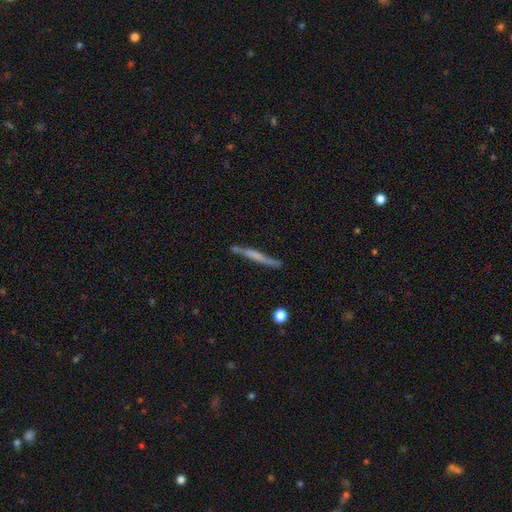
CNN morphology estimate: smooth-or-featured: featured or disk: 52% | smooth: 41% | star or artifact: 7%
  disk-edge-on: yes: 94% | no: 6%
  merging: none: 79% | minor disturbance: 15% | merger: 3% | major disturbance: 3%